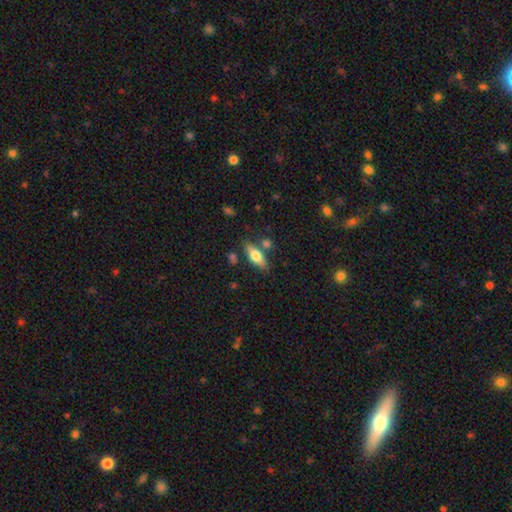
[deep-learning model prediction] Q: Smooth or featured?
A: smooth (65%); runner-up: featured or disk (29%)
Q: How rounded?
A: in between (63%); runner-up: cigar-shaped (34%)
Q: Merging?
A: none (76%); runner-up: minor disturbance (13%)